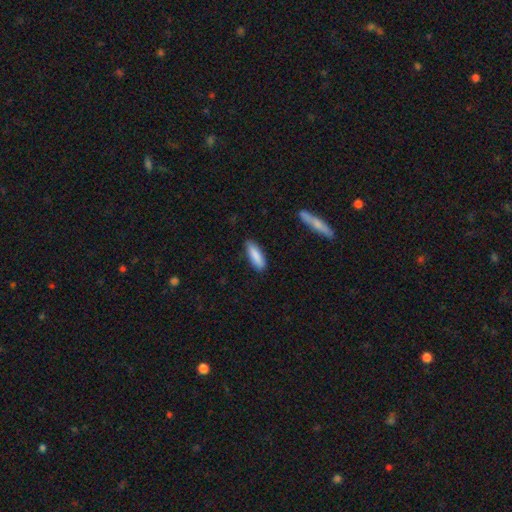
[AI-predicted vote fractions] Smooth or featured? Predicted: smooth (p=0.87). How rounded? Predicted: in between (p=0.50). Merging? Predicted: none (p=0.85).